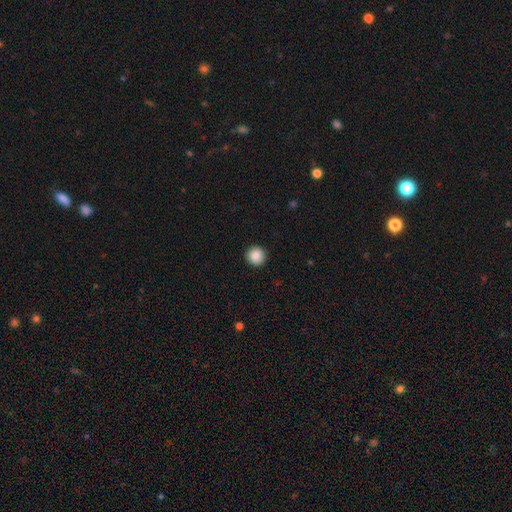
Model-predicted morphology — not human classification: This is clearly a smooth galaxy (87%). How rounded: clearly round (95%). Merging: clearly none (93%).